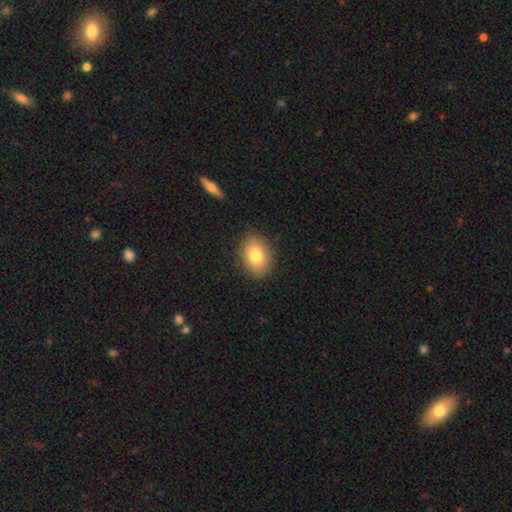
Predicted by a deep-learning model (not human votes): A smooth galaxy with no disk features (79%) that is in between round and cigar-shaped (73%).

Vote fractions:
- Smooth or featured? smooth: 79% / featured or disk: 12% / star or artifact: 9%
- How rounded? in between: 73% / round: 25% / cigar-shaped: 1%
- Merging? none: 89% / minor disturbance: 8% / major disturbance: 2% / merger: 1%